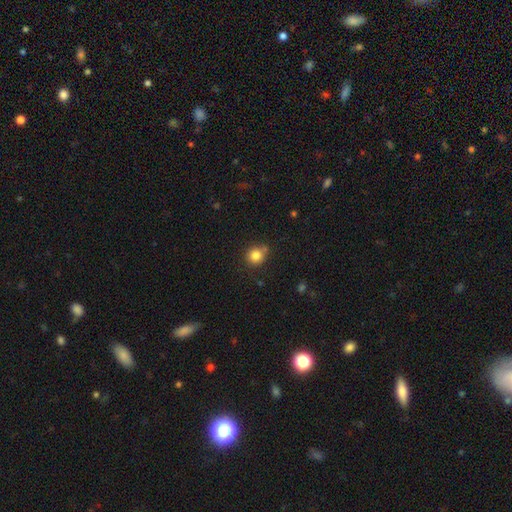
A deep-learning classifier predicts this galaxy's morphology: The model was most divided on "merging": none: 73%, minor disturbance: 16%, merger: 7%, major disturbance: 4%. More confident: how rounded — round (86%); smooth or featured — smooth (83%).